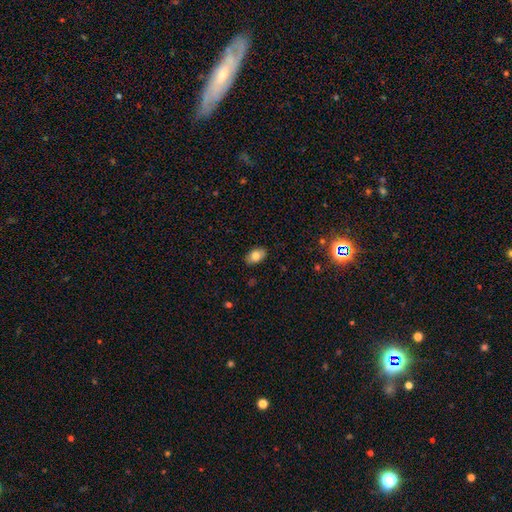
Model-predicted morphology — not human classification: This is clearly a smooth galaxy (80%). How rounded: clearly in between (91%). Merging: clearly none (86%).